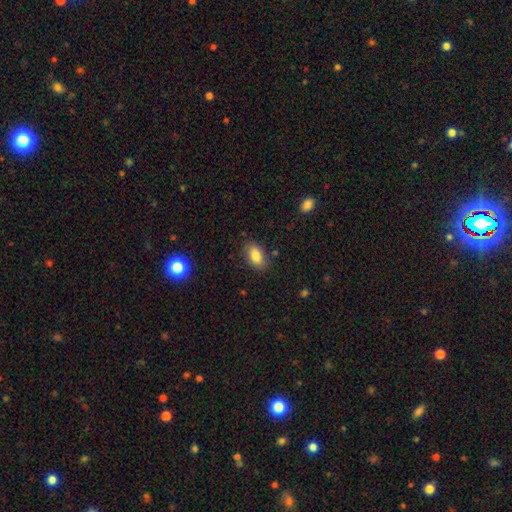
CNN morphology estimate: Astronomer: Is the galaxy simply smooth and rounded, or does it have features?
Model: smooth — 83%.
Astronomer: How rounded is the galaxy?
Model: in between — 90%.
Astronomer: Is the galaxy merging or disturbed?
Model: none — 84%.